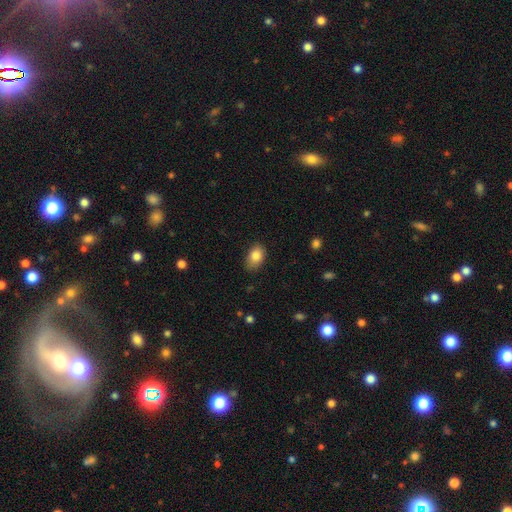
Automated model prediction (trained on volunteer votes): Overall: smooth (84%). How rounded: in between (84%). Merging: none (81%).